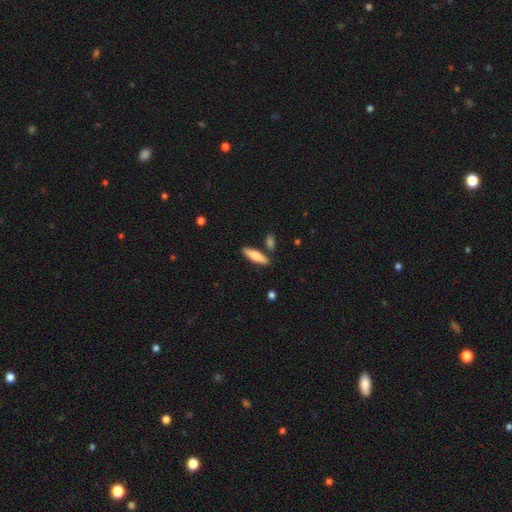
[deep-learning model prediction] Smooth or featured? Predicted: smooth (p=0.72). How rounded? Predicted: cigar-shaped (p=0.63). Merging? Predicted: none (p=0.82).